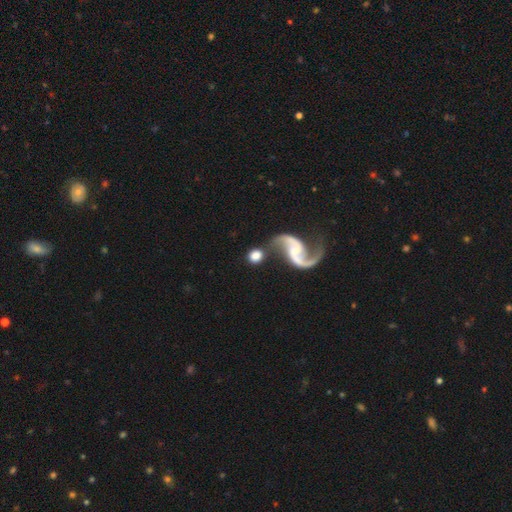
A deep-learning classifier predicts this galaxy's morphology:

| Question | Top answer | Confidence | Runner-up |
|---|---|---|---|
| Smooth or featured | featured or disk | 50% | smooth (43%) |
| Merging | none | 61% | merger (19%) |